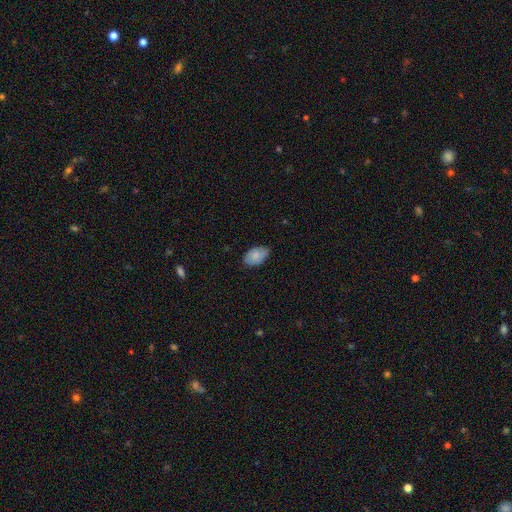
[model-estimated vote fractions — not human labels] This appears to be a smooth galaxy with no disk features (81%) that is in between round and cigar-shaped (93%). Merging: none (78%).